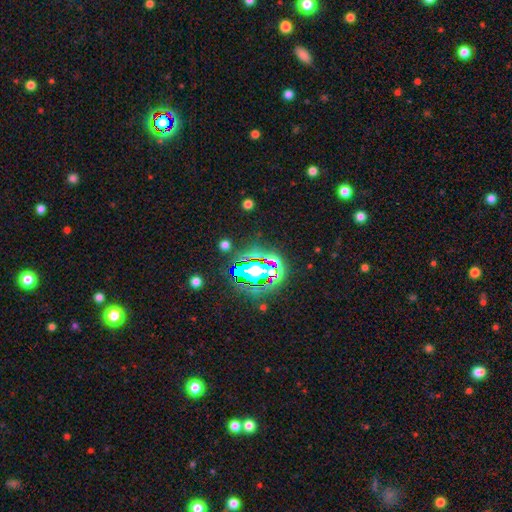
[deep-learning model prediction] smooth-or-featured: star or artifact: 65% | smooth: 20% | featured or disk: 15%